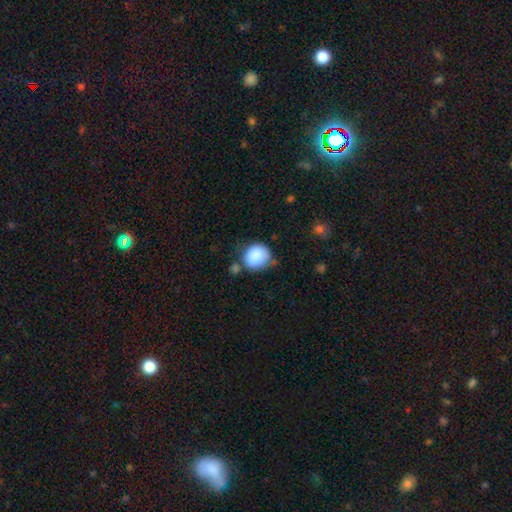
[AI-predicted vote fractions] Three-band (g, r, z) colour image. It shows a smooth galaxy with no disk features (87%) that is round (74%). Merging: none (54%).